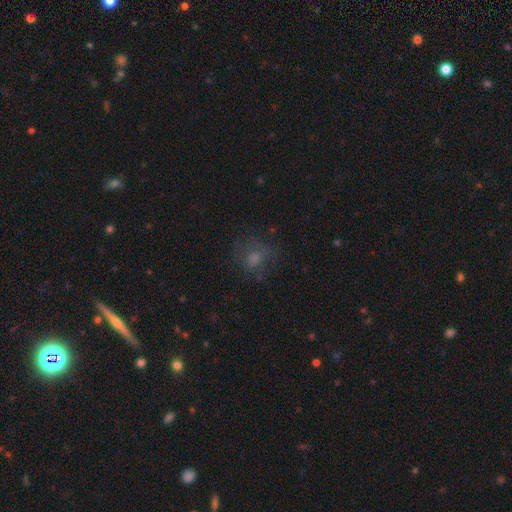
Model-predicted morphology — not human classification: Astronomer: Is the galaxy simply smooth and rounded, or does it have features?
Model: smooth — 54%.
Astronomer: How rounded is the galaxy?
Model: round — 69%.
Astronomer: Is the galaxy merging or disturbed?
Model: none — 62%.